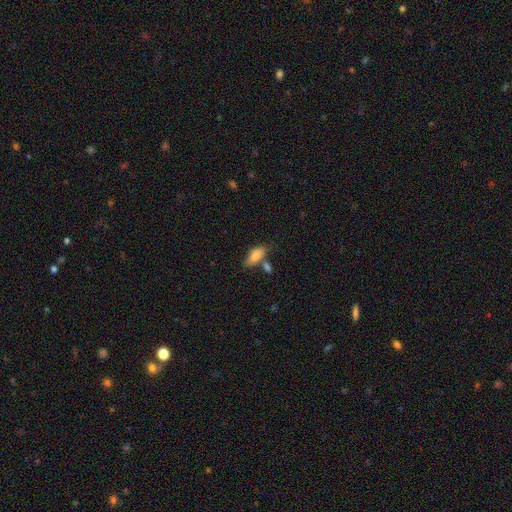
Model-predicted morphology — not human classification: A smooth galaxy with no disk features (80%) that is in between round and cigar-shaped (81%).

Vote fractions:
- Smooth or featured? smooth: 80% / featured or disk: 13% / star or artifact: 7%
- How rounded? in between: 81% / cigar-shaped: 16% / round: 3%
- Merging? none: 58% / merger: 21% / minor disturbance: 17% / major disturbance: 5%